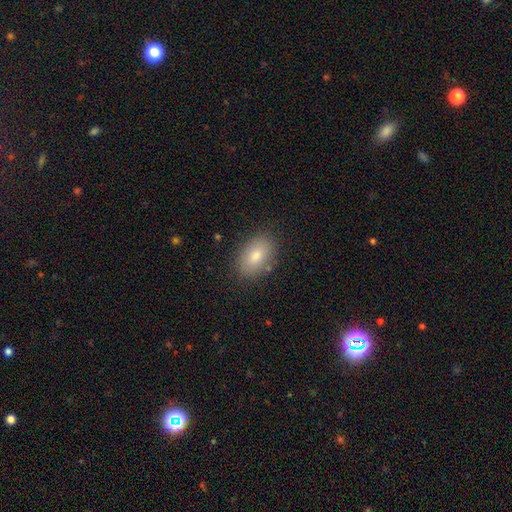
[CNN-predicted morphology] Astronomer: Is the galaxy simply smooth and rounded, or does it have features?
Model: smooth — 78%.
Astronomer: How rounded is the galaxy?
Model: in between — 88%.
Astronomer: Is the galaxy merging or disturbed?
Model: none — 85%.